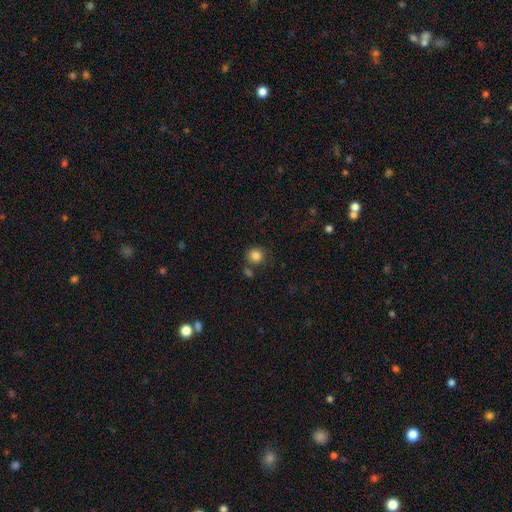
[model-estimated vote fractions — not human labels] The model was most divided on "merging": none: 76%, minor disturbance: 10%, merger: 10%, major disturbance: 3%. More confident: how rounded — round (90%); smooth or featured — smooth (84%).